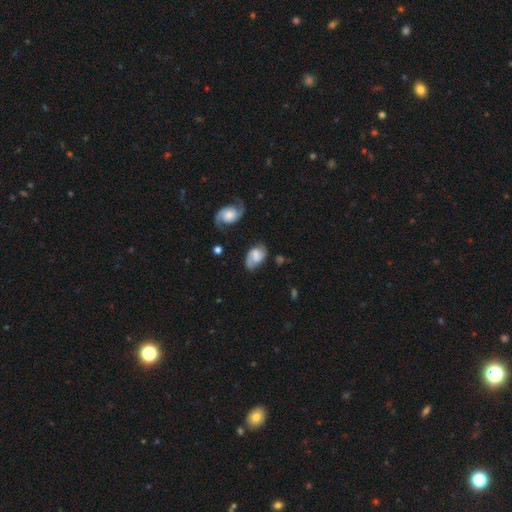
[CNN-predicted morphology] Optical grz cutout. It shows a featured or disk galaxy (62%) with no bar (44%, tied with weak), 2 (83%) medium (47%) spiral arms (91%) and no central bulge (35%). Merging: none (62%).